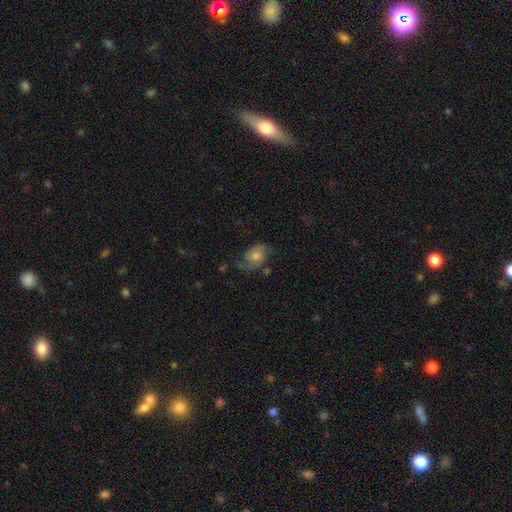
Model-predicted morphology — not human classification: This is possibly a featured or disk galaxy (54%). It is clearly not viewed edge-on (96%). Bar: likely no (72%). Spiral arm pattern: clearly yes (85%). Central bulge: possibly moderate (55%). Merging: possibly none (54%).